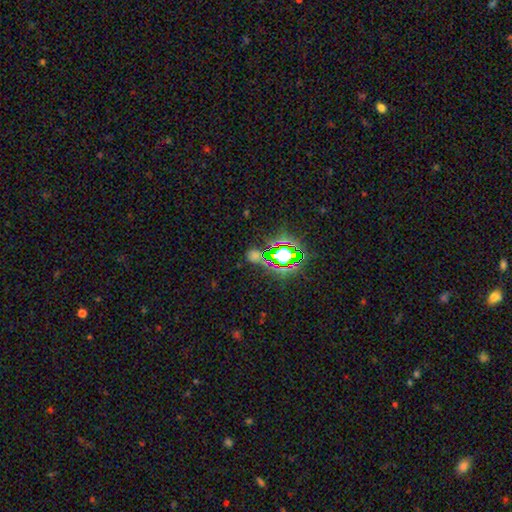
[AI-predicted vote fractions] This is likely a star or artifact rather than a galaxy (65%).